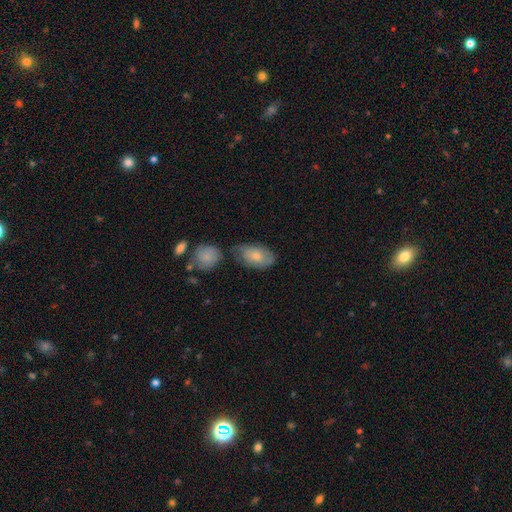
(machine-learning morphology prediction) smooth 69%, featured or disk 25%, star or artifact 6%. Down the decision tree: how rounded — in between (91%); merging — none (49%).